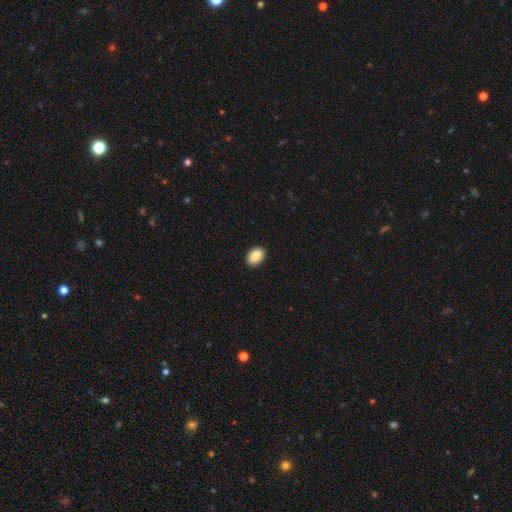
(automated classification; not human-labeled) Smooth or featured: smooth — 86% (star or artifact — 7%)
How rounded: in between — 84% (round — 15%)
Merging: none — 91% (minor disturbance — 6%)